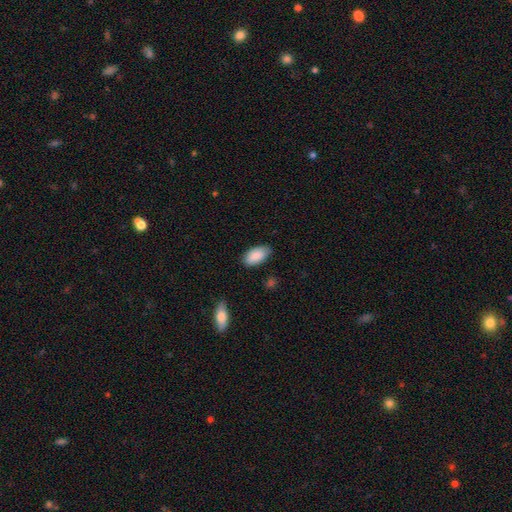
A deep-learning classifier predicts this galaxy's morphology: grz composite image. It shows a smooth galaxy with no disk features (89%) that is in between round and cigar-shaped (94%). Merging: none (81%).